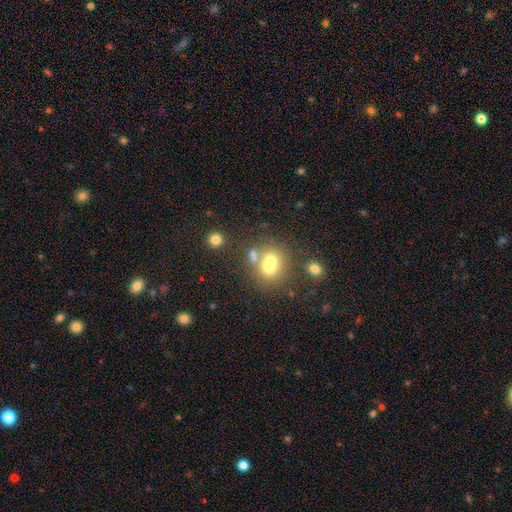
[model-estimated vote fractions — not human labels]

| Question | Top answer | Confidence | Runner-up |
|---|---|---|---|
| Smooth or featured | smooth | 60% | featured or disk (22%) |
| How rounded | round | 64% | in between (34%) |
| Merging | merger | 45% | none (41%) |